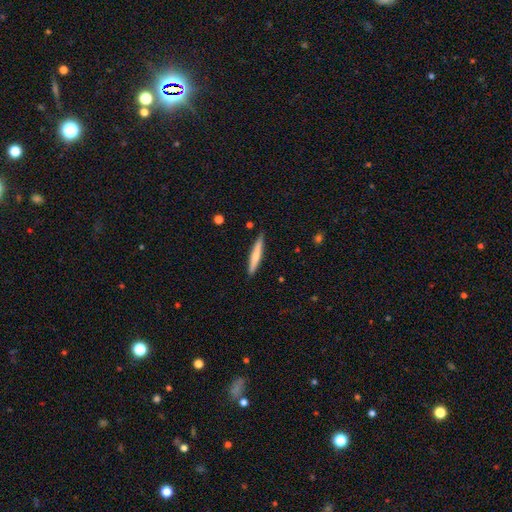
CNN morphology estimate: smooth-or-featured: smooth: 63% | featured or disk: 31% | star or artifact: 5%
  how-rounded: cigar-shaped: 94% | in between: 4% | round: 1%
  merging: none: 88% | minor disturbance: 9% | major disturbance: 2% | merger: 1%